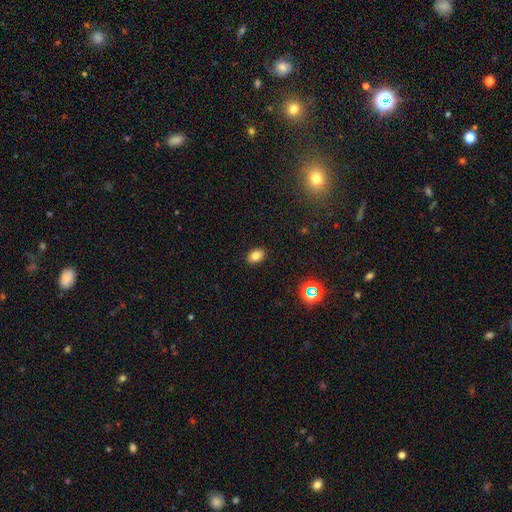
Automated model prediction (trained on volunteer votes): smooth 81%, star or artifact 12%, featured or disk 7%. Down the decision tree: how rounded — in between (79%); merging — none (89%).